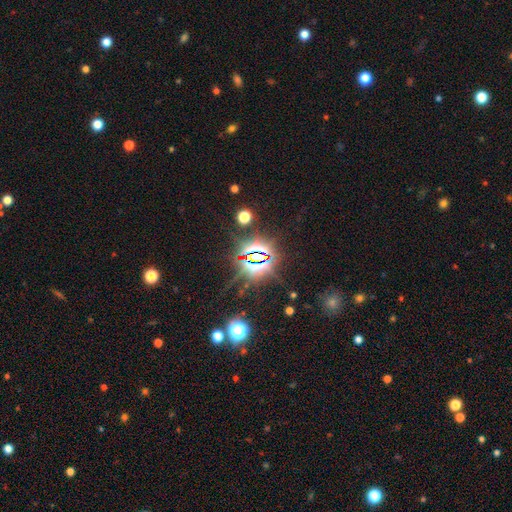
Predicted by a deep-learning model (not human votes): Smooth or featured: star or artifact — 81% (smooth — 10%)